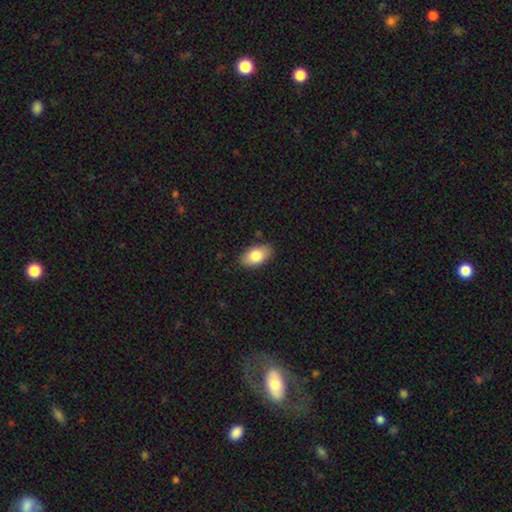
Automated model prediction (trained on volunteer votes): Overall: smooth (82%). How rounded: in between (93%). Merging: none (86%).